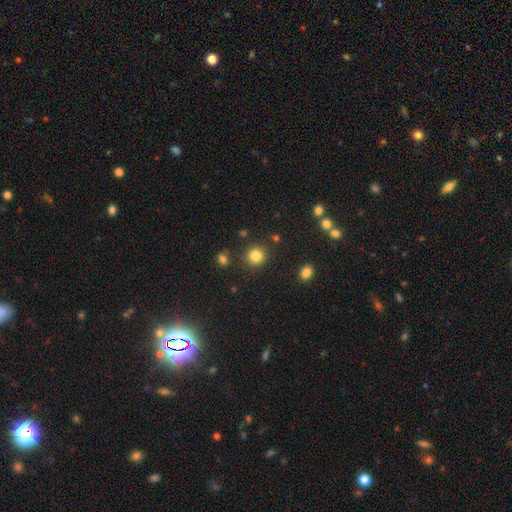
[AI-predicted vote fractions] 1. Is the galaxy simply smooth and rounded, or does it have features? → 84% smooth, 12% star or artifact, 4% featured or disk.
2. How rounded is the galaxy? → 89% round, 10% in between, 1% cigar-shaped.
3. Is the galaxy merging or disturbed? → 86% none, 7% minor disturbance, 3% merger, 3% major disturbance.